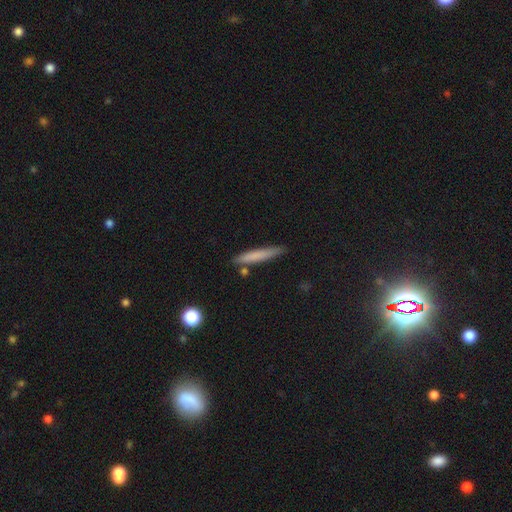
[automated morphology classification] This appears to be a smooth galaxy with no disk features (73%) that is cigar-shaped (93%). Merging: none (82%).